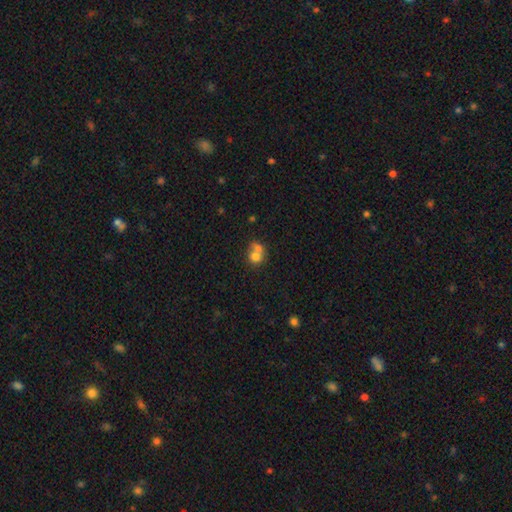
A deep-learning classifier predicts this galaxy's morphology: smooth_or_featured: smooth (p=0.71) [alt: featured or disk p=0.18]
how_rounded: round (p=0.67) [alt: in between p=0.32]
merging: merger (p=0.63) [alt: none p=0.25]